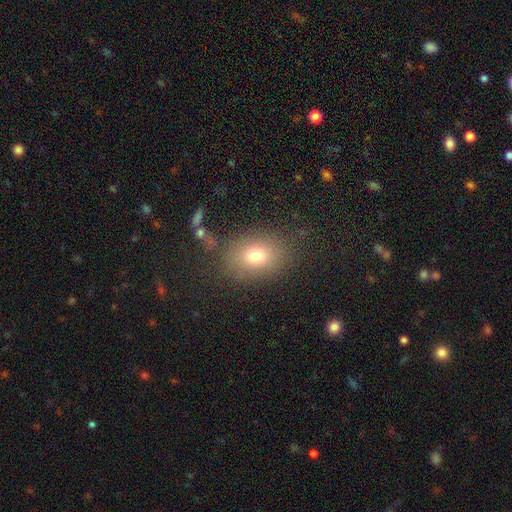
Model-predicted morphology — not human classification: Smooth or featured: smooth — 74% (star or artifact — 13%)
How rounded: in between — 57% (round — 42%)
Merging: none — 79% (minor disturbance — 12%)